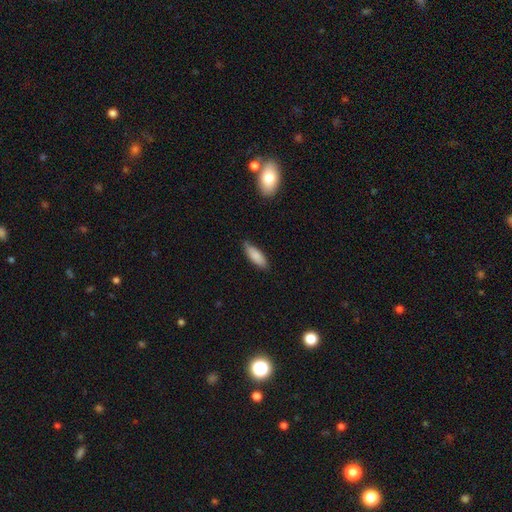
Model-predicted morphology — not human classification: The model was most divided on "how rounded": in between: 64%, cigar-shaped: 35%, round: 2%. More confident: smooth or featured — smooth (87%); merging — none (77%).